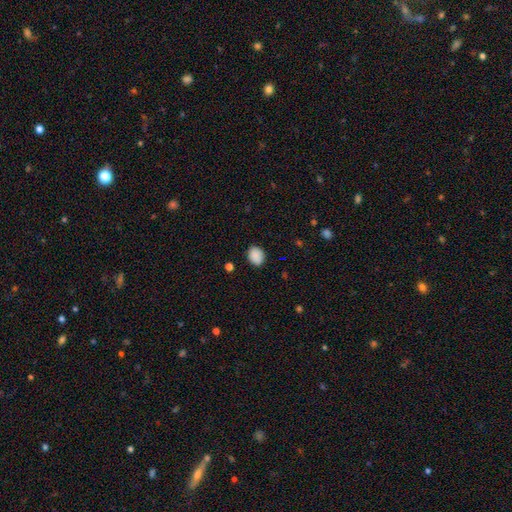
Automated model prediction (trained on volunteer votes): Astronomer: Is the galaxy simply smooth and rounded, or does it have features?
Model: smooth — 89%.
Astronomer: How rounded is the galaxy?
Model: in between — 50% (runner-up: round, 49%).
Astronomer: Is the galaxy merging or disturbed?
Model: none — 86%.